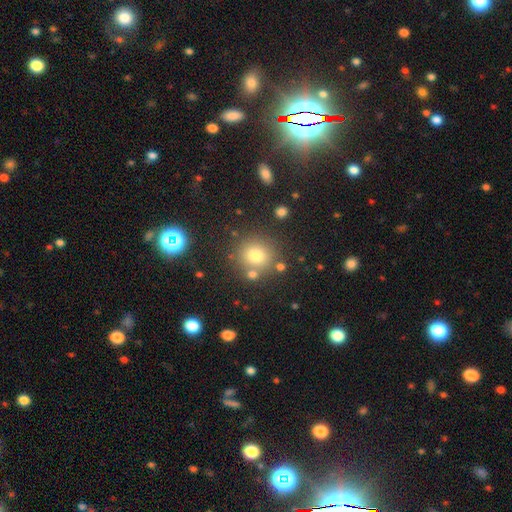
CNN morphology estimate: A smooth galaxy with no disk features (75%) that is round (89%). Merging: none (76%).